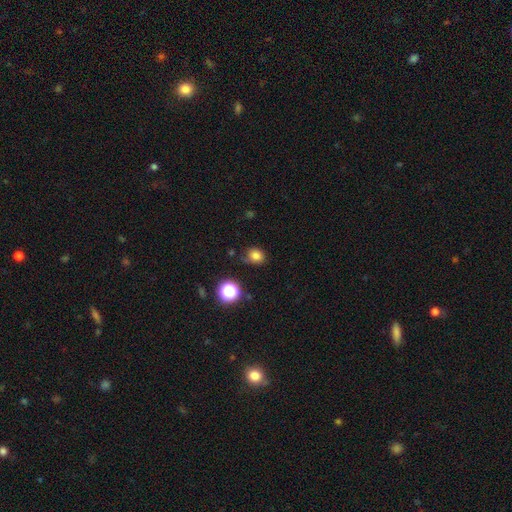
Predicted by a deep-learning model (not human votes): Smooth or featured? smooth (78%)
How rounded? round (60%)
Merging? none (69%)